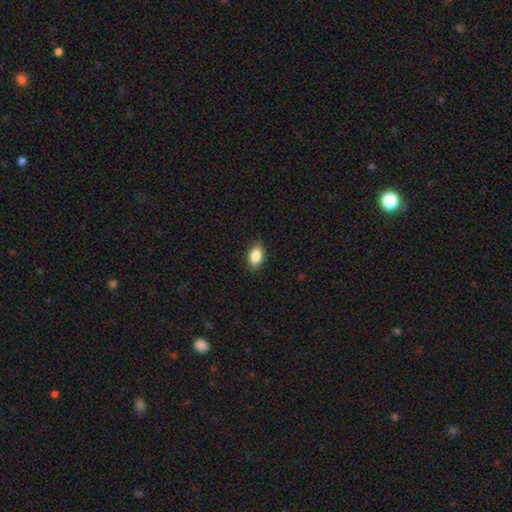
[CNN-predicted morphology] Smooth or featured? smooth (86%)
How rounded? in between (88%)
Merging? none (86%)